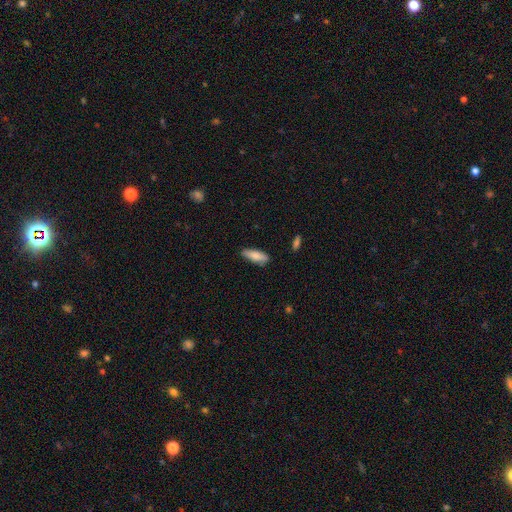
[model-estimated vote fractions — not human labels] Overall: smooth (82%). How rounded: in between (56%; cigar-shaped 42%). Merging: none (82%).